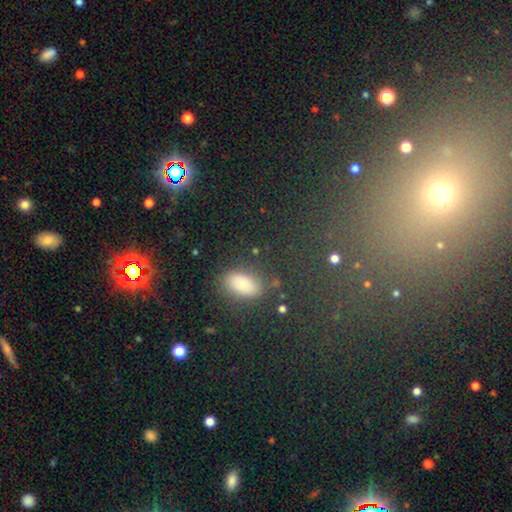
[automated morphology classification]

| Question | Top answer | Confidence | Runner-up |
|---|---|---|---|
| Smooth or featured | smooth | 67% | star or artifact (25%) |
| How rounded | in between | 85% | round (9%) |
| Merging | none | 86% | minor disturbance (9%) |